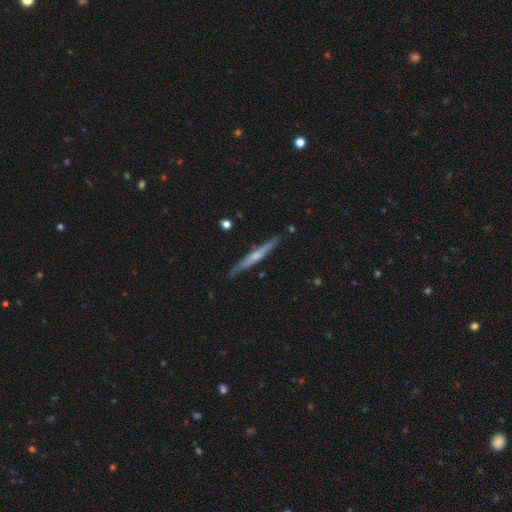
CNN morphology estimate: A featured or disk galaxy (57%) viewed edge-on (96%) with a rounded central bulge (49%). Merging: none (88%).